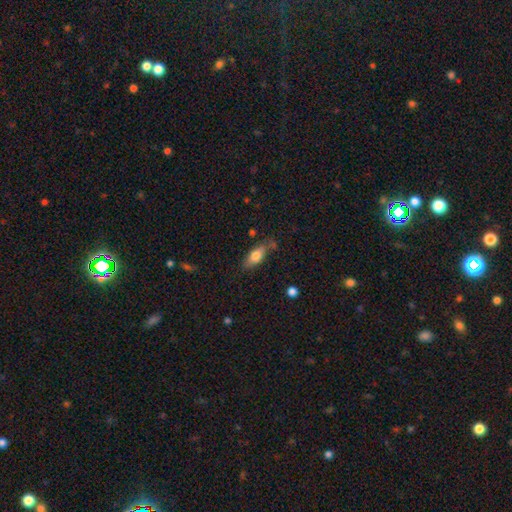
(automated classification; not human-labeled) A smooth galaxy with no disk features (72%) that is in between round and cigar-shaped (72%).

Vote fractions:
- Smooth or featured? smooth: 72% / featured or disk: 21% / star or artifact: 7%
- How rounded? in between: 72% / cigar-shaped: 25% / round: 3%
- Merging? none: 71% / minor disturbance: 19% / merger: 5% / major disturbance: 5%